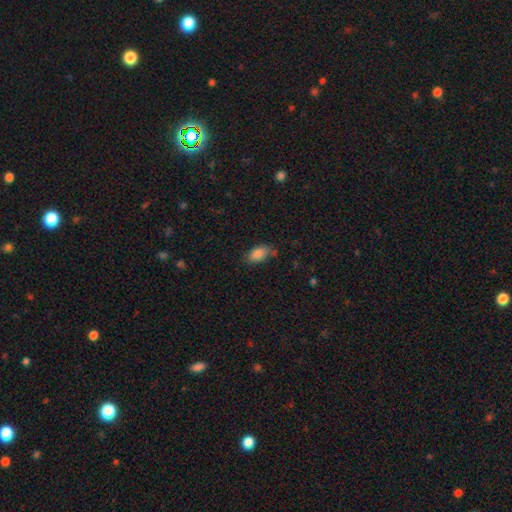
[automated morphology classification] The model was most divided on "merging": none: 73%, minor disturbance: 19%, major disturbance: 4%, merger: 3%. More confident: how rounded — in between (90%); smooth or featured — smooth (82%).